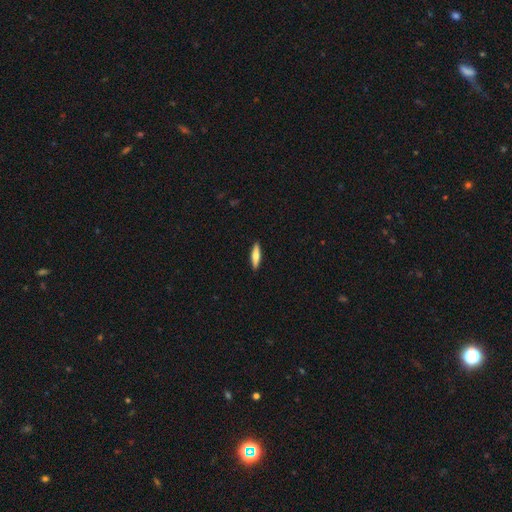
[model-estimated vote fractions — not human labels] Smooth or featured? smooth (66%)
How rounded? cigar-shaped (76%)
Merging? none (90%)